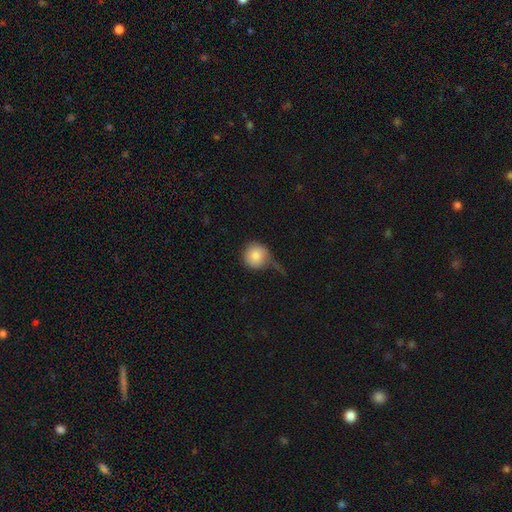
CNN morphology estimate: Smooth or featured: smooth — 81% (featured or disk — 12%)
How rounded: round — 92% (in between — 7%)
Merging: none — 43% (minor disturbance — 27%)